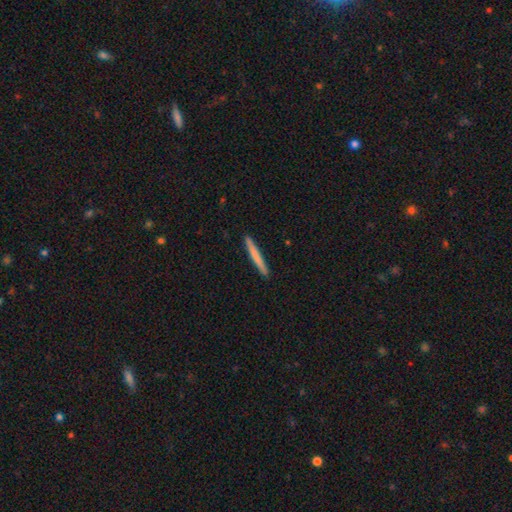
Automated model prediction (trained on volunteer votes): A smooth galaxy with no disk features (69%) that is cigar-shaped (97%). Merging: none (92%).